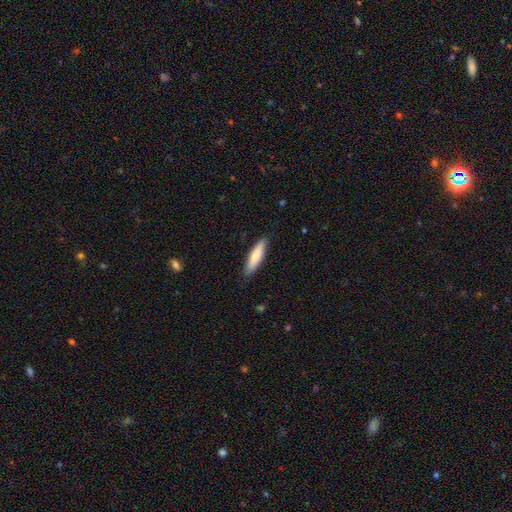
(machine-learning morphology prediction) This appears to be a smooth galaxy with no disk features (75%) that is cigar-shaped (74%). Merging: none (86%).